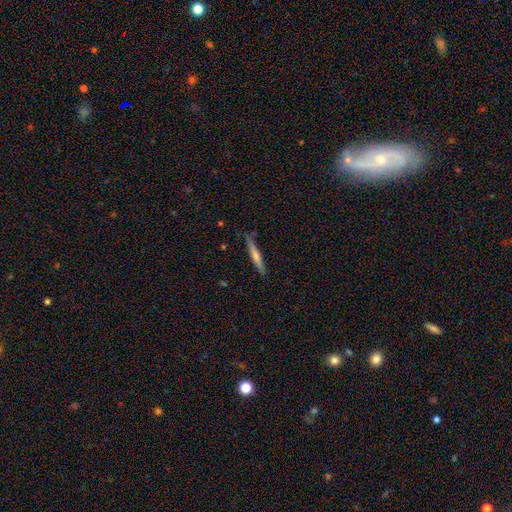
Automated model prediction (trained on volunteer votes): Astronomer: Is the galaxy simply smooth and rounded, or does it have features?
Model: smooth — 49% (runner-up: featured or disk, 45%).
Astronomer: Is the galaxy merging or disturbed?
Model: none — 87%.